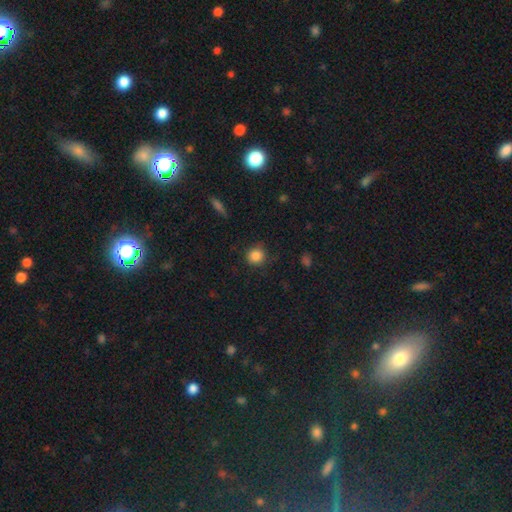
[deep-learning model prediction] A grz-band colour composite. It shows a smooth galaxy with no disk features (85%) that is round (88%). Merging: none (80%).